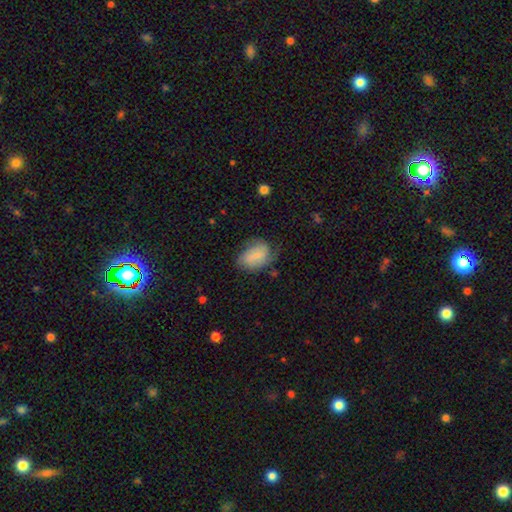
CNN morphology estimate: smooth 67%, featured or disk 26%, star or artifact 7%. Down the decision tree: how rounded — in between (82%); merging — none (51%).